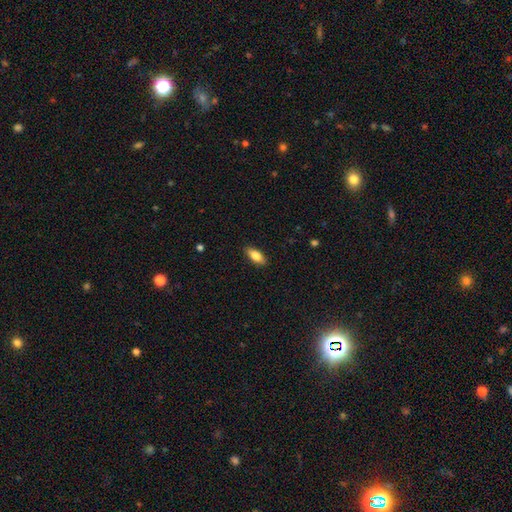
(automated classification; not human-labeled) A smooth galaxy with no disk features (79%) that is in between round and cigar-shaped (82%). Merging: none (88%).